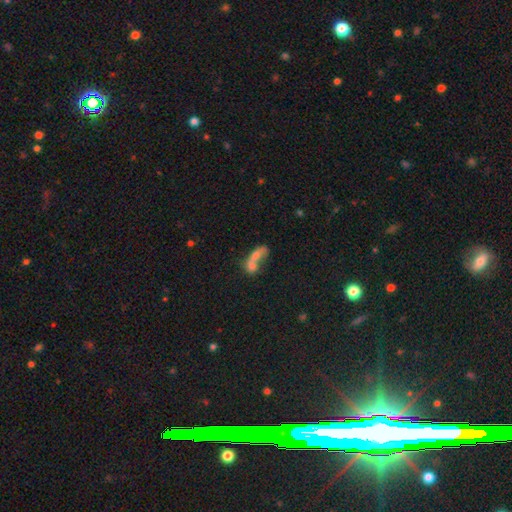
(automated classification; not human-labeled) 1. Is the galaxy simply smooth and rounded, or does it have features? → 57% smooth, 29% featured or disk, 15% star or artifact.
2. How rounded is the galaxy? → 61% in between, 20% round, 19% cigar-shaped.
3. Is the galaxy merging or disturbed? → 66% merger, 17% none, 10% major disturbance, 7% minor disturbance.